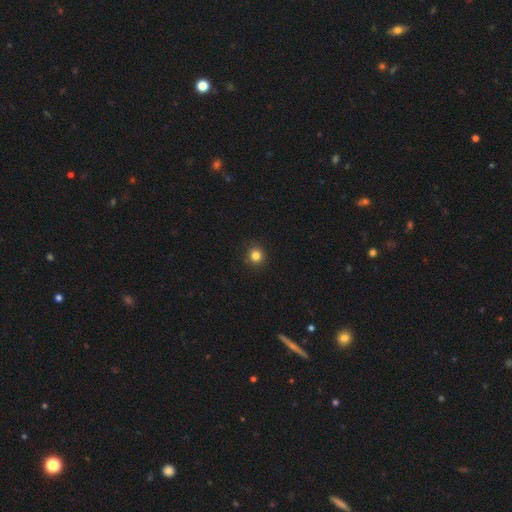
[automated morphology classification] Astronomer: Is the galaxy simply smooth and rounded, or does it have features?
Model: smooth — 82%.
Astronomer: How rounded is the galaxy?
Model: round — 92%.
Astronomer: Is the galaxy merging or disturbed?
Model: none — 89%.